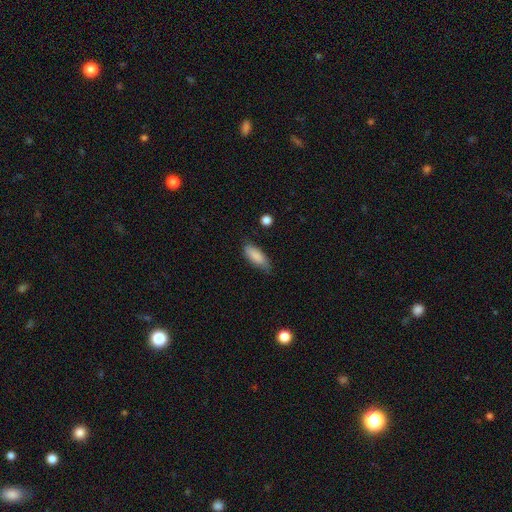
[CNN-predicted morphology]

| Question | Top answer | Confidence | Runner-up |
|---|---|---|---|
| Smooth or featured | smooth | 87% | featured or disk (7%) |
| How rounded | in between | 73% | cigar-shaped (25%) |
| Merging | none | 74% | minor disturbance (21%) |